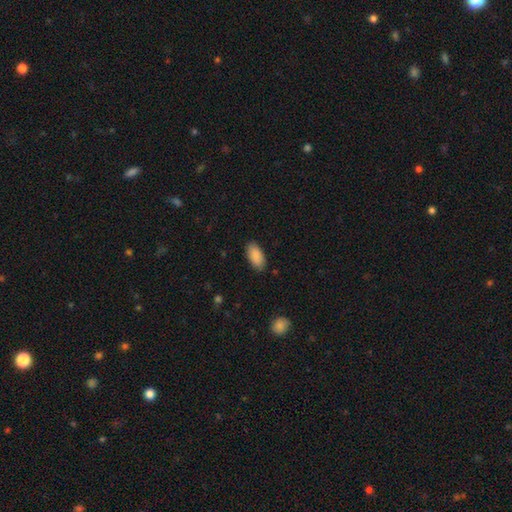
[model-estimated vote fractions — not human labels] A smooth galaxy with no disk features (90%) that is in between round and cigar-shaped (93%). Merging: none (87%).